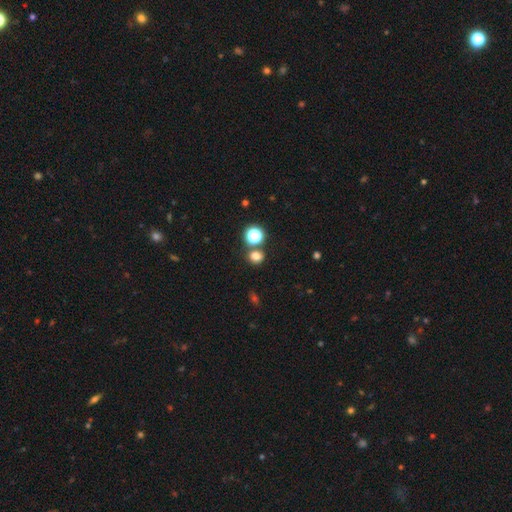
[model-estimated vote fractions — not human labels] smooth-or-featured: smooth: 73% | star or artifact: 21% | featured or disk: 6%
  how-rounded: round: 76% | in between: 23% | cigar-shaped: 1%
  merging: none: 73% | merger: 15% | minor disturbance: 9% | major disturbance: 3%